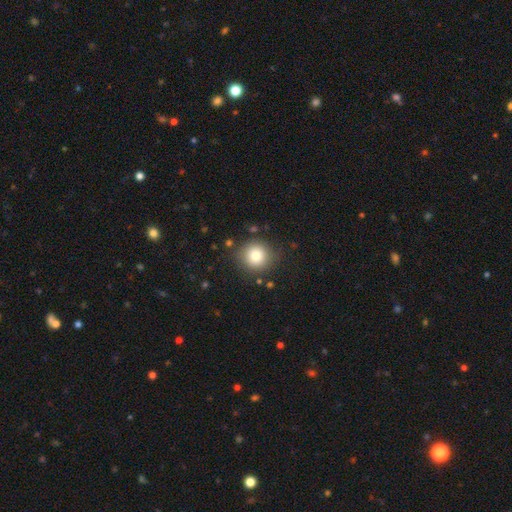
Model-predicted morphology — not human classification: type=smooth (81%); roundness=round (91%); merging=none (84%).